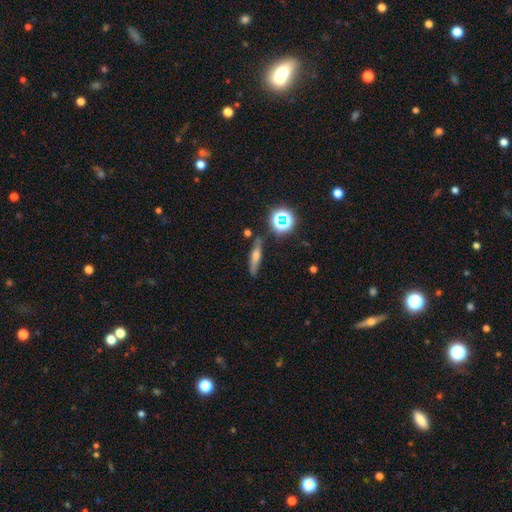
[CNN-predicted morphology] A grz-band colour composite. It shows a featured or disk galaxy (44%). Merging: none (82%).